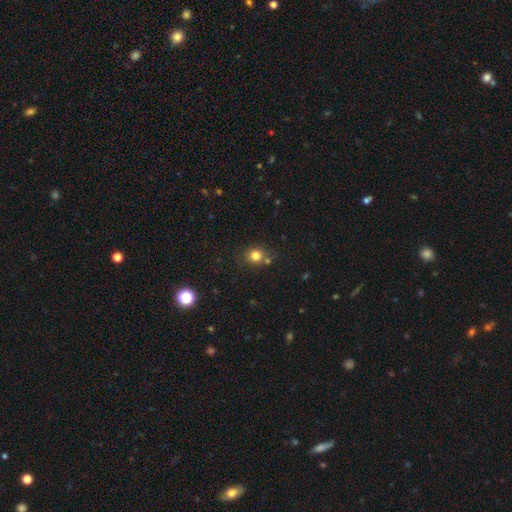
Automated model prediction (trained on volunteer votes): This is likely a smooth galaxy (79%). How rounded: clearly round (82%). Merging: likely none (70%).